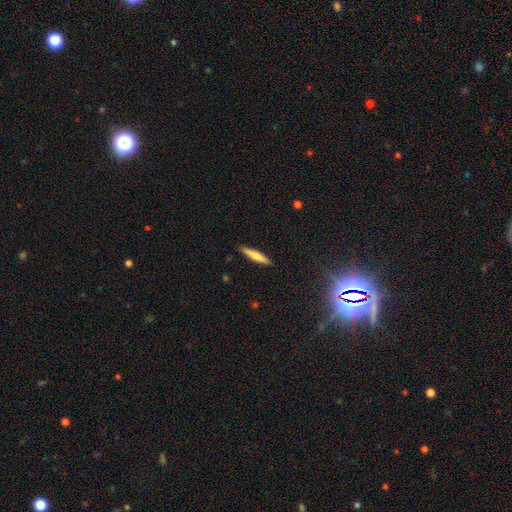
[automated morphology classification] This appears to be a smooth galaxy with no disk features (70%) that is cigar-shaped (91%). Merging: none (91%).